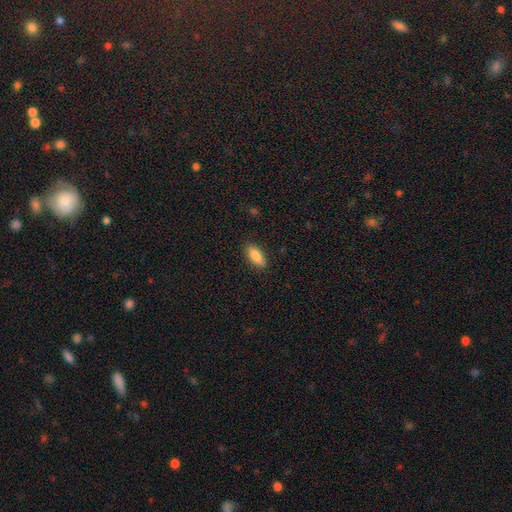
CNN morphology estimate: Smooth or featured?
  - smooth: 84% *
  - featured or disk: 9%
  - star or artifact: 7%
How rounded?
  - in between: 77% *
  - cigar-shaped: 21%
  - round: 2%
Merging?
  - none: 88% *
  - minor disturbance: 9%
  - major disturbance: 2%
  - merger: 1%